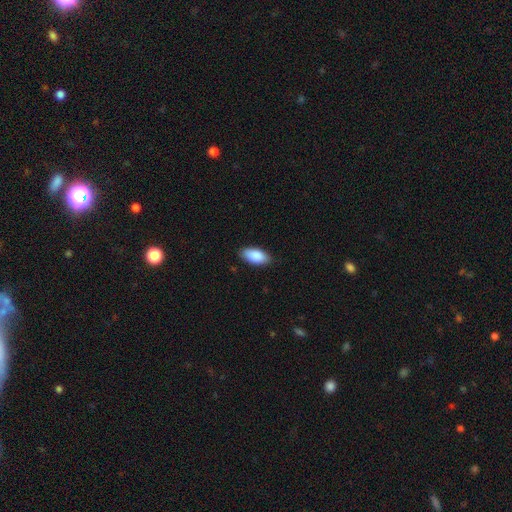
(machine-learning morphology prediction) Smooth or featured?
  - smooth: 89% *
  - star or artifact: 6%
  - featured or disk: 6%
How rounded?
  - in between: 92% *
  - cigar-shaped: 6%
  - round: 2%
Merging?
  - none: 86% *
  - minor disturbance: 11%
  - major disturbance: 2%
  - merger: 1%